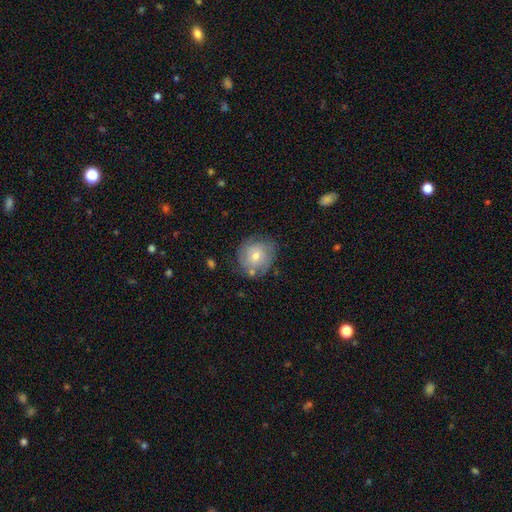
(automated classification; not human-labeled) smooth-or-featured: smooth: 53% | featured or disk: 39% | star or artifact: 8%
  how-rounded: round: 82% | in between: 17% | cigar-shaped: 1%
  merging: none: 67% | minor disturbance: 21% | major disturbance: 7% | merger: 5%